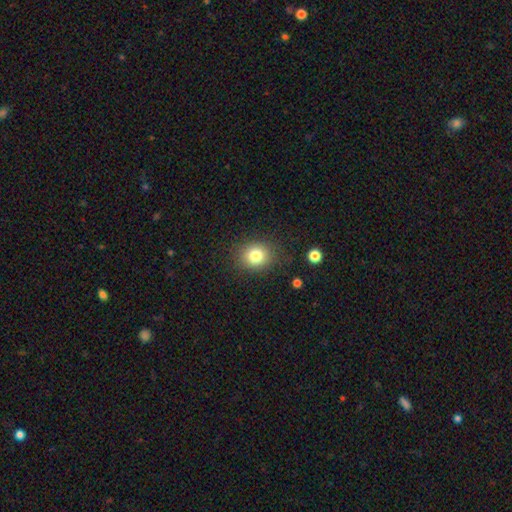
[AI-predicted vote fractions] Morphology: type=smooth (80%); roundness=round (71%); merging=none (84%).